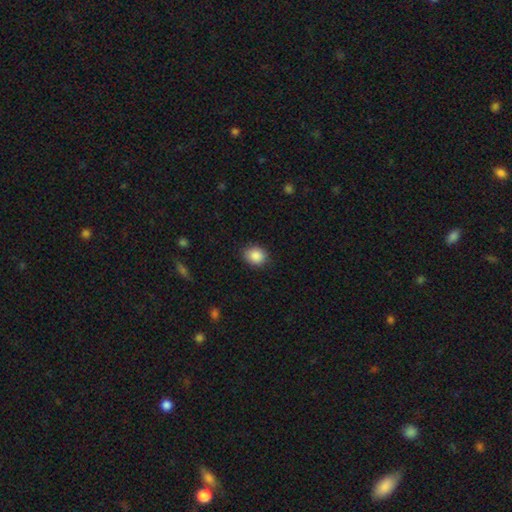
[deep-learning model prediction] Smooth or featured?
  - smooth: 88% *
  - star or artifact: 8%
  - featured or disk: 4%
How rounded?
  - round: 63% *
  - in between: 36%
  - cigar-shaped: 1%
Merging?
  - none: 85% *
  - minor disturbance: 12%
  - major disturbance: 2%
  - merger: 1%